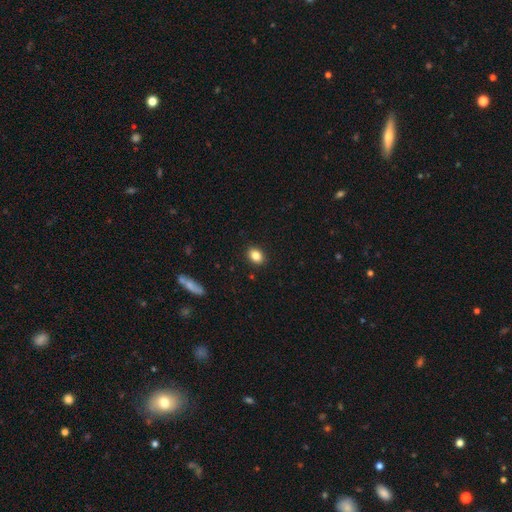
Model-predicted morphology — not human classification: Smooth or featured: smooth — 84% (star or artifact — 9%)
How rounded: in between — 66% (round — 33%)
Merging: none — 90% (minor disturbance — 7%)